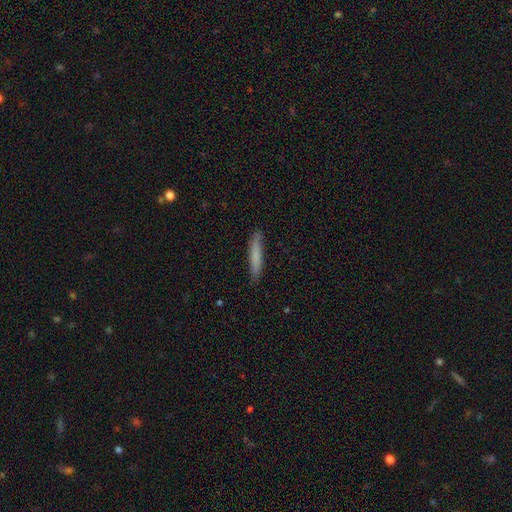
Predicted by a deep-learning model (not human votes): Morphology: type=smooth (74%); roundness=cigar-shaped (94%); merging=none (84%).